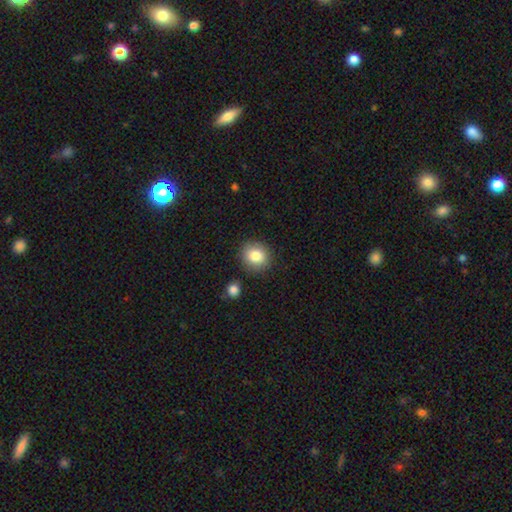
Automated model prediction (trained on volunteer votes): A smooth galaxy with no disk features (83%) that is round (79%).

Vote fractions:
- Smooth or featured? smooth: 83% / star or artifact: 9% / featured or disk: 8%
- How rounded? round: 79% / in between: 20% / cigar-shaped: 1%
- Merging? none: 85% / minor disturbance: 9% / merger: 3% / major disturbance: 3%